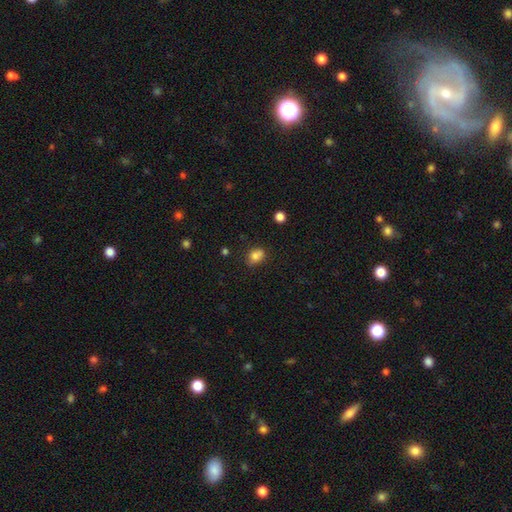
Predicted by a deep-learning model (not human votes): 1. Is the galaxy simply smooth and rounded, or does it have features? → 80% smooth, 11% star or artifact, 9% featured or disk.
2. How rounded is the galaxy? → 59% in between, 39% round, 1% cigar-shaped.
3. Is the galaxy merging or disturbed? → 62% none, 25% minor disturbance, 8% merger, 6% major disturbance.